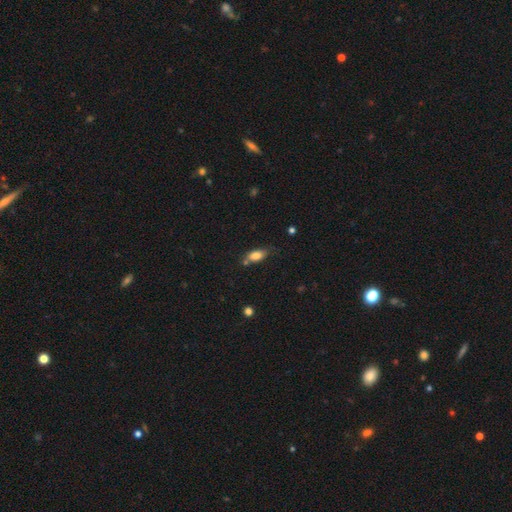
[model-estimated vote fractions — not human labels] smooth 81%, featured or disk 11%, star or artifact 8%. Down the decision tree: how rounded — in between (84%); merging — none (60%).